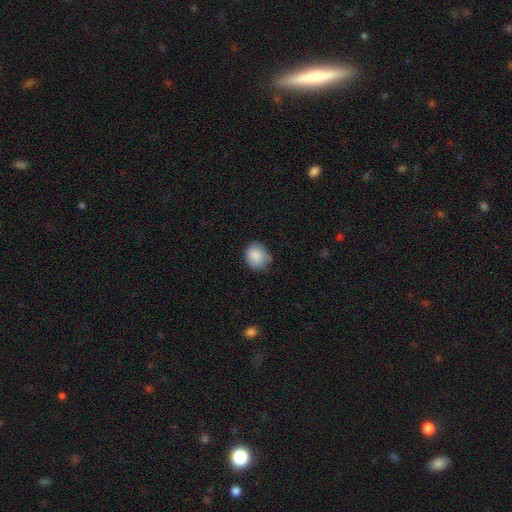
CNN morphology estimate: This appears to be a smooth galaxy with no disk features (87%) that is round (75%). Merging: none (72%).